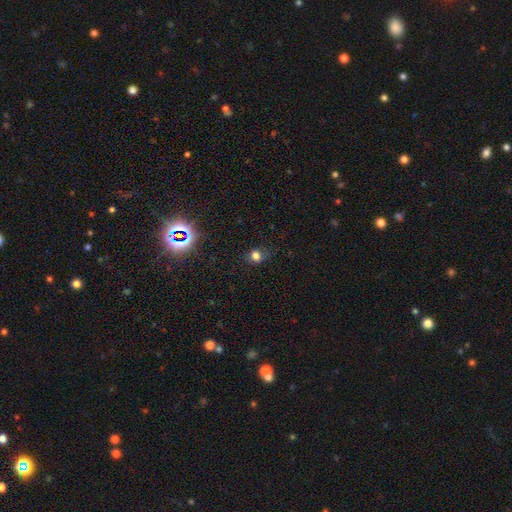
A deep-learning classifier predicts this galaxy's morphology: Smooth or featured? smooth (71%)
How rounded? round (63%)
Merging? none (75%)